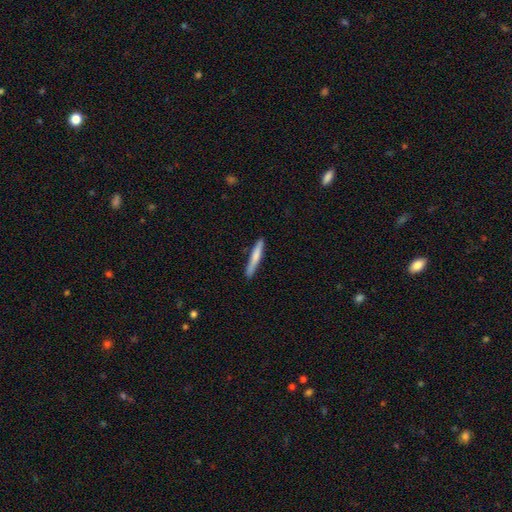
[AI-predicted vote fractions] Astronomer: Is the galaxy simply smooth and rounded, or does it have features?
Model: smooth — 72%.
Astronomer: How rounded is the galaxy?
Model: cigar-shaped — 95%.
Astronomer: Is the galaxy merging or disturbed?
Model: none — 85%.